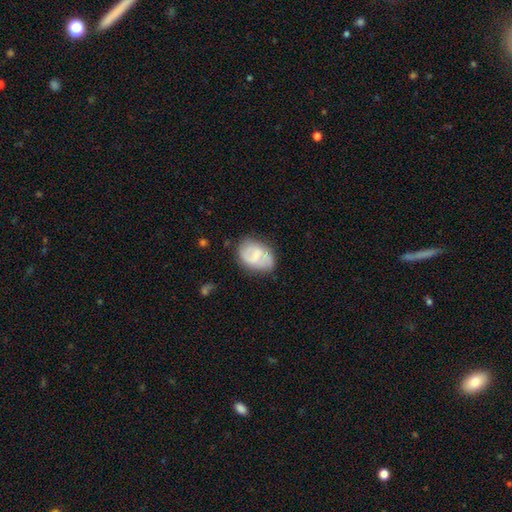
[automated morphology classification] smooth-or-featured: smooth: 48% | featured or disk: 44% | star or artifact: 7%
  merging: none: 63% | minor disturbance: 25% | major disturbance: 8% | merger: 3%